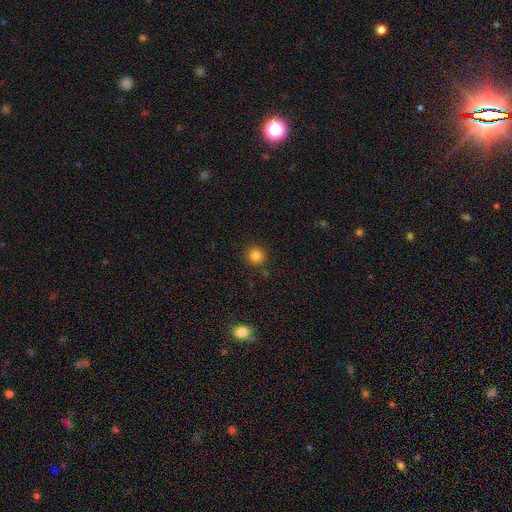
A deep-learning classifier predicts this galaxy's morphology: smooth 83%, star or artifact 12%, featured or disk 4%. Down the decision tree: how rounded — round (92%); merging — none (88%).